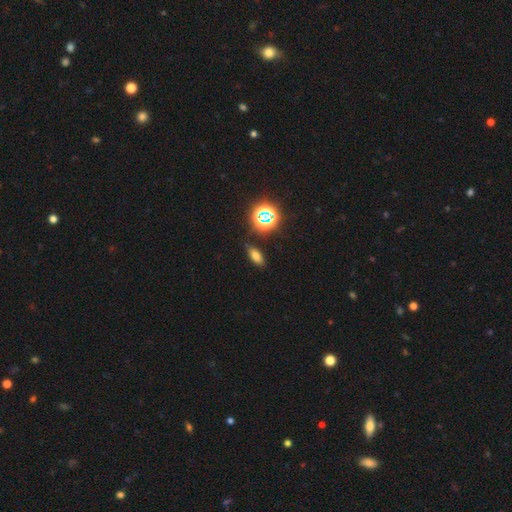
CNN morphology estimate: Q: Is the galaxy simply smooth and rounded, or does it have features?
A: smooth — 69%.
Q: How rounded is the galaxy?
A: in between — 75%.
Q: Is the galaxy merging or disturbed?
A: none — 82%.